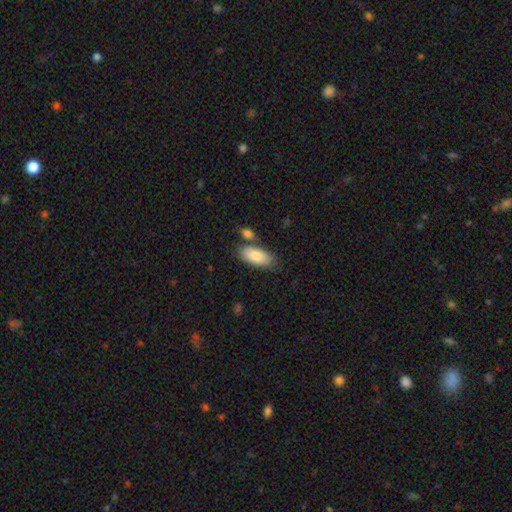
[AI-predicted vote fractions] A smooth galaxy with no disk features (85%) that is in between round and cigar-shaped (87%). Merging: none (67%).